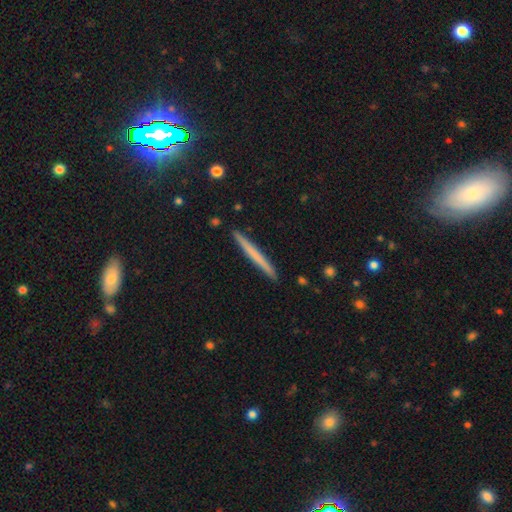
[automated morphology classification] Smooth or featured?
  - smooth: 59% *
  - featured or disk: 35%
  - star or artifact: 5%
How rounded?
  - cigar-shaped: 97% *
  - in between: 2%
  - round: 1%
Merging?
  - none: 92% *
  - minor disturbance: 6%
  - merger: 1%
  - major disturbance: 1%